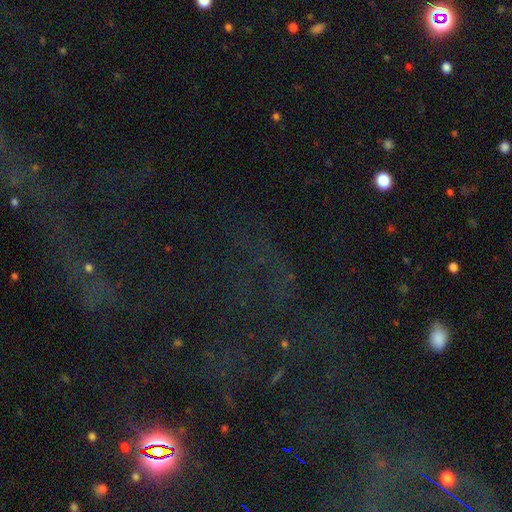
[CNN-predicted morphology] star or artifact 76%, smooth 13%, featured or disk 12%.